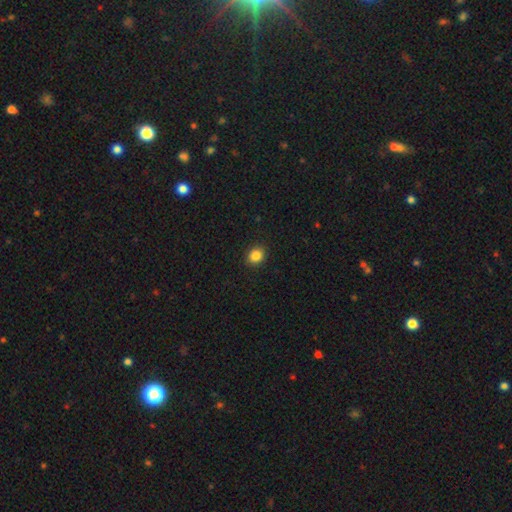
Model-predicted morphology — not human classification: Smooth or featured? smooth (86%)
How rounded? round (71%)
Merging? none (91%)